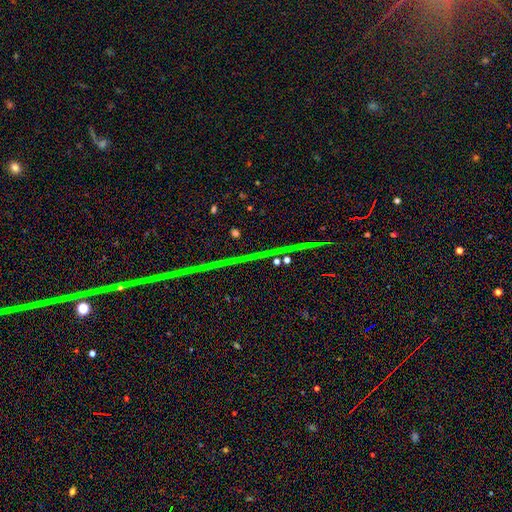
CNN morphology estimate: This is clearly a star or artifact rather than a galaxy (84%).